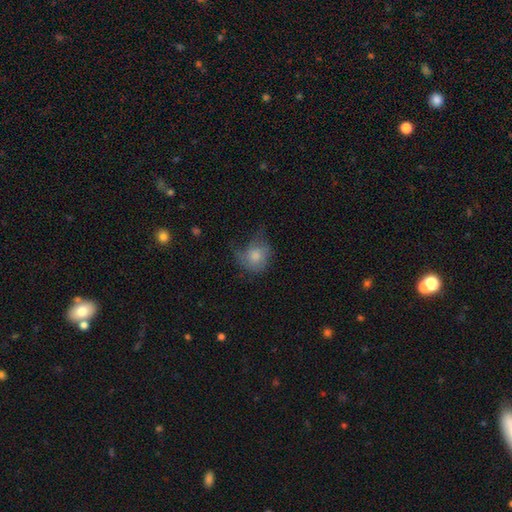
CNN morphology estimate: Smooth or featured?
  - smooth: 72% *
  - featured or disk: 19%
  - star or artifact: 9%
How rounded?
  - round: 65% *
  - in between: 33%
  - cigar-shaped: 1%
Merging?
  - major disturbance: 35% *
  - none: 32%
  - minor disturbance: 31%
  - merger: 2%